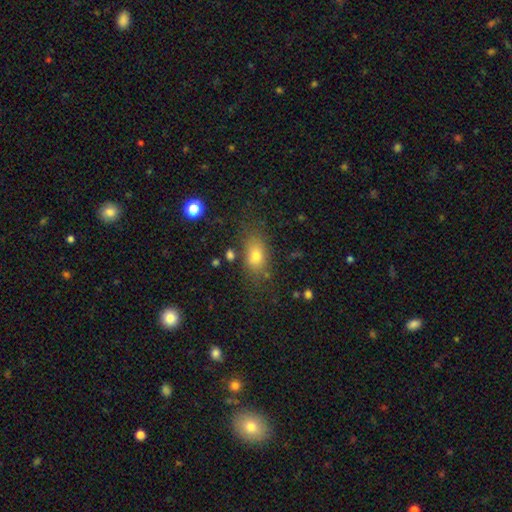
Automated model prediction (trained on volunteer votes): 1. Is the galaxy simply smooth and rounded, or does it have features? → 76% smooth, 12% star or artifact, 12% featured or disk.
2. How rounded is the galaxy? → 78% in between, 18% round, 4% cigar-shaped.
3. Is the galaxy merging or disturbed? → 73% none, 16% minor disturbance, 7% major disturbance, 4% merger.